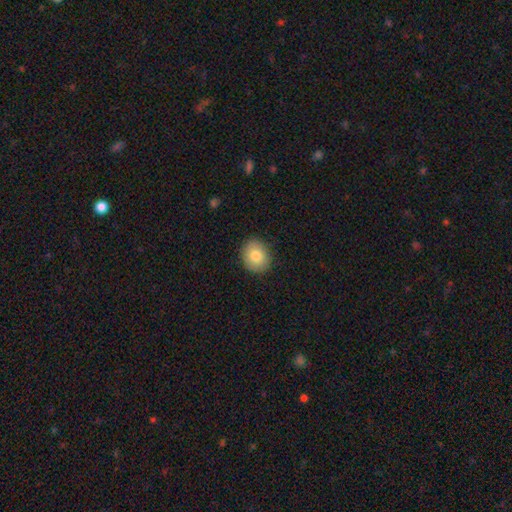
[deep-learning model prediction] smooth 81%, featured or disk 11%, star or artifact 9%. Down the decision tree: how rounded — round (66%); merging — none (89%).